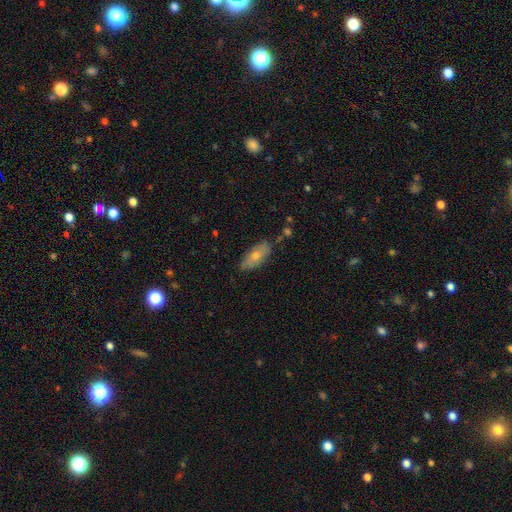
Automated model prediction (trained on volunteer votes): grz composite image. It shows a smooth galaxy with no disk features (55%) that is in between round and cigar-shaped (72%). Merging: none (81%).